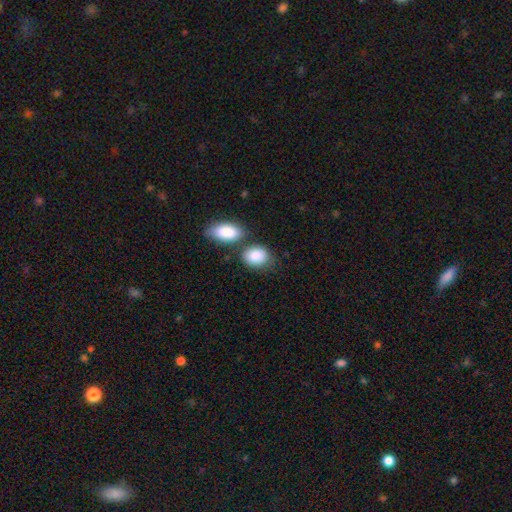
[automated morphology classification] Q: Smooth or featured?
A: smooth (88%); runner-up: featured or disk (6%)
Q: How rounded?
A: in between (73%); runner-up: round (25%)
Q: Merging?
A: none (52%); runner-up: merger (28%)